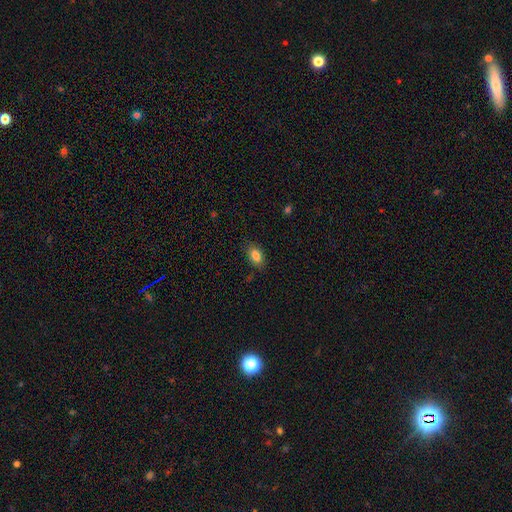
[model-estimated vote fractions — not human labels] This appears to be a smooth galaxy with no disk features (83%) that is in between round and cigar-shaped (88%). Merging: none (83%).